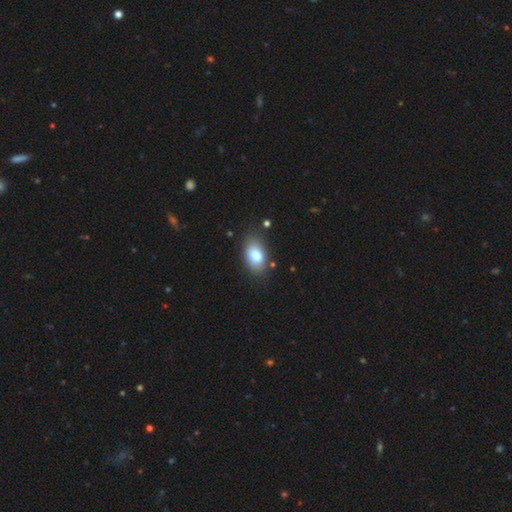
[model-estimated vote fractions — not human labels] Smooth or featured: smooth — 79% (featured or disk — 13%)
How rounded: in between — 88% (round — 11%)
Merging: none — 81% (minor disturbance — 13%)